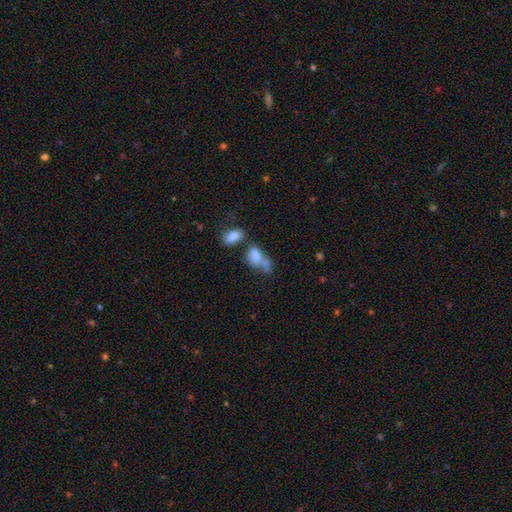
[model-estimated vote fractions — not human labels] This appears to be a smooth galaxy with no disk features (70%) that is in between round and cigar-shaped (79%). Merging: merger (44%).